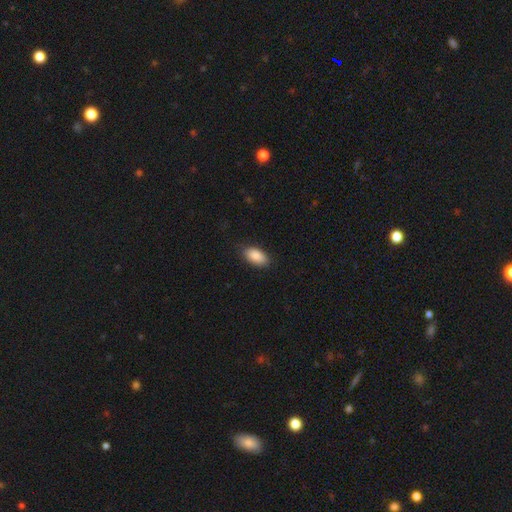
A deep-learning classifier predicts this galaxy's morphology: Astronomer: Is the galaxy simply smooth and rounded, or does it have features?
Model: smooth — 89%.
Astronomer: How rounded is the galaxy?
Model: in between — 94%.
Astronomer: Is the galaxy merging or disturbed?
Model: none — 84%.